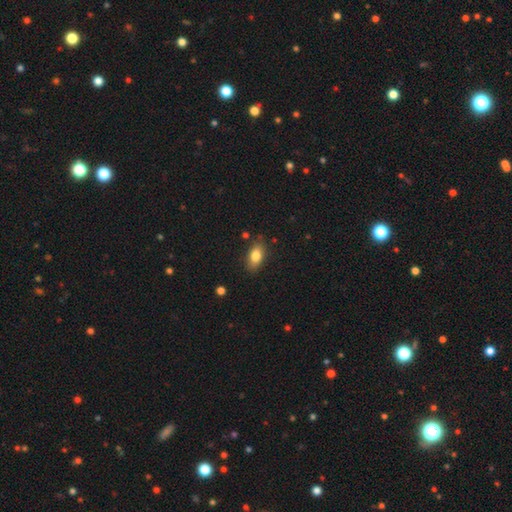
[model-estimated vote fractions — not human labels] This is clearly a smooth galaxy (80%). How rounded: clearly in between (87%). Merging: clearly none (83%).